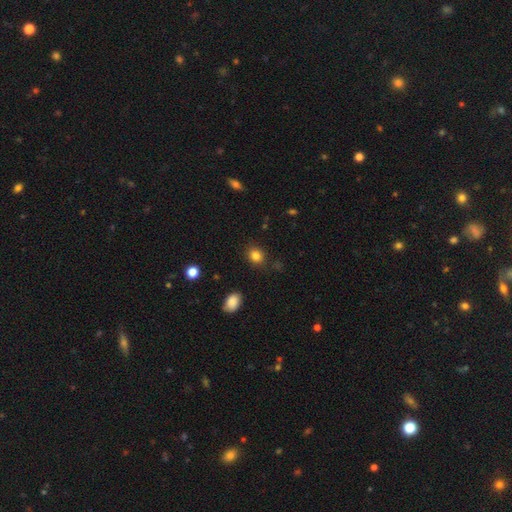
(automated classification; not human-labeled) Smooth or featured? Predicted: smooth (p=0.84). How rounded? Predicted: round (p=0.68). Merging? Predicted: none (p=0.86).